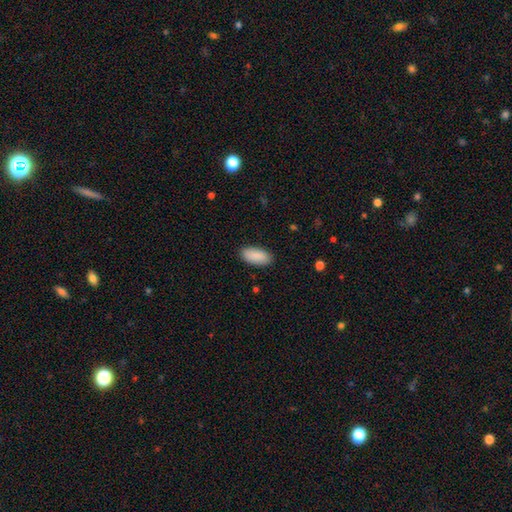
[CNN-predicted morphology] This appears to be a smooth galaxy with no disk features (91%) that is in between round and cigar-shaped (91%). Merging: none (89%).